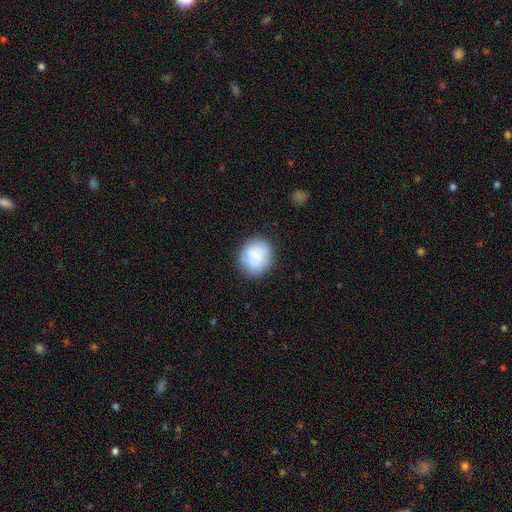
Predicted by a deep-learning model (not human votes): Smooth or featured: smooth — 73% (featured or disk — 19%)
How rounded: round — 78% (in between — 21%)
Merging: none — 76% (minor disturbance — 17%)